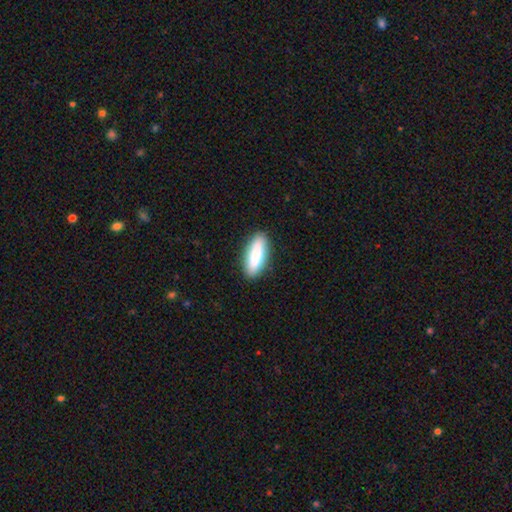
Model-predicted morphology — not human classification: smooth-or-featured: smooth: 83% | featured or disk: 11% | star or artifact: 6%
  how-rounded: in between: 56% | cigar-shaped: 42% | round: 2%
  merging: none: 88% | minor disturbance: 9% | major disturbance: 2% | merger: 1%